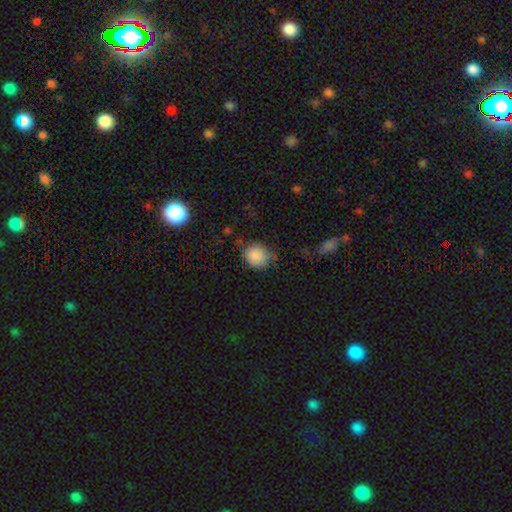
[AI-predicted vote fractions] A smooth galaxy with no disk features (86%) that is round (71%).

Vote fractions:
- Smooth or featured? smooth: 86% / star or artifact: 9% / featured or disk: 5%
- How rounded? round: 71% / in between: 28% / cigar-shaped: 1%
- Merging? none: 67% / minor disturbance: 24% / major disturbance: 6% / merger: 3%